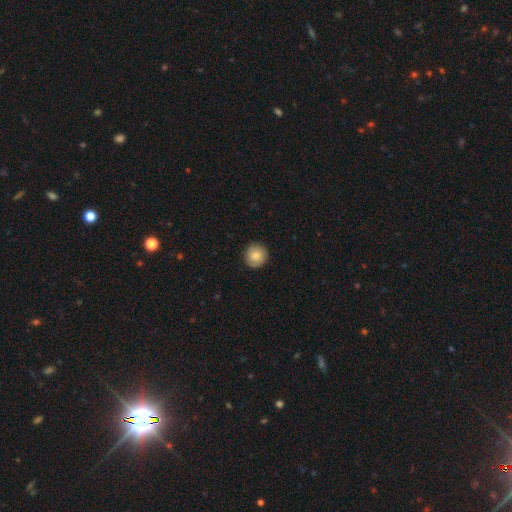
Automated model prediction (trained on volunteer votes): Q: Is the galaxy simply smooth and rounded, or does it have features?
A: smooth — 82%.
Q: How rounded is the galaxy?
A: round — 93%.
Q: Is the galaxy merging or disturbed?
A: none — 89%.